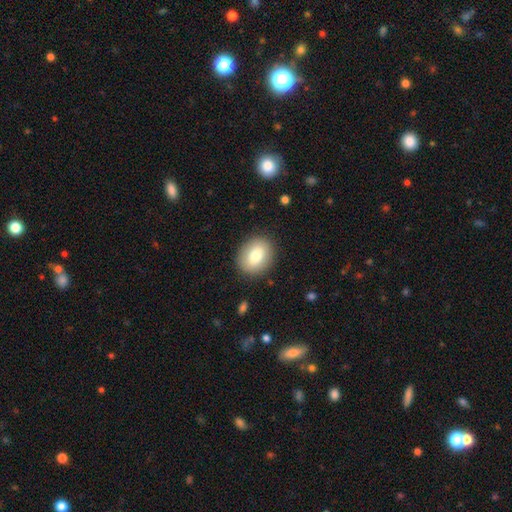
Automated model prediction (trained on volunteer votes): Smooth or featured? smooth (77%)
How rounded? in between (56%)
Merging? none (87%)